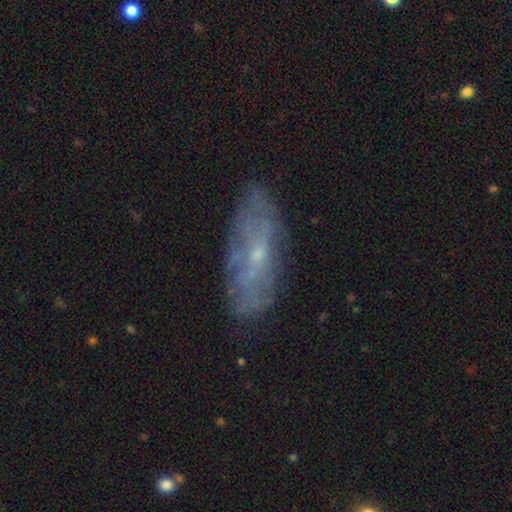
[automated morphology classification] featured or disk 55%, smooth 36%, star or artifact 9%. Down the decision tree: edge-on disk — no (76%); merging — none (76%).